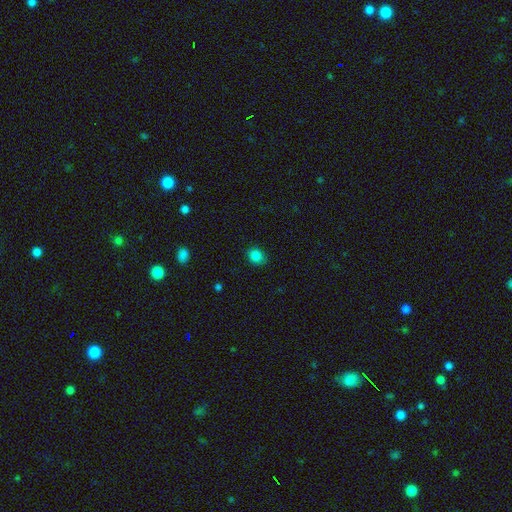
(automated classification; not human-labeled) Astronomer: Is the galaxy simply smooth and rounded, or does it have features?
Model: smooth — 83%.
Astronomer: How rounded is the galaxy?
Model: round — 65%.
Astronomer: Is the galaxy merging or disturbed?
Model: none — 87%.